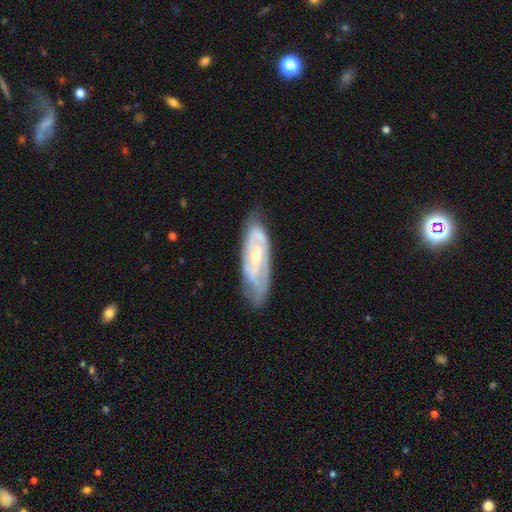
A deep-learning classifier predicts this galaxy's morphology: Overall: featured or disk (81%). Edge-on disk: no (87%). Bar: weak (41%; no 38%). Spiral arms: yes (90%). Spiral arm count: 2 (61%; can't tell 25%). Spiral winding: tight (54%; medium 36%). Bulge size: small (50%; moderate 45%). Merging: none (71%).